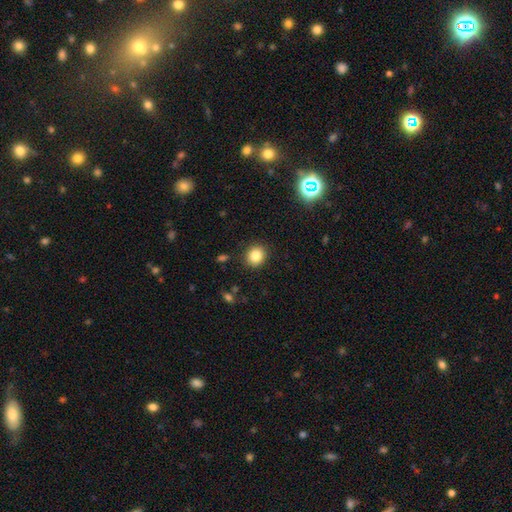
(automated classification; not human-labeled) Q: Smooth or featured?
A: smooth (84%); runner-up: star or artifact (11%)
Q: How rounded?
A: round (84%); runner-up: in between (15%)
Q: Merging?
A: none (90%); runner-up: minor disturbance (7%)